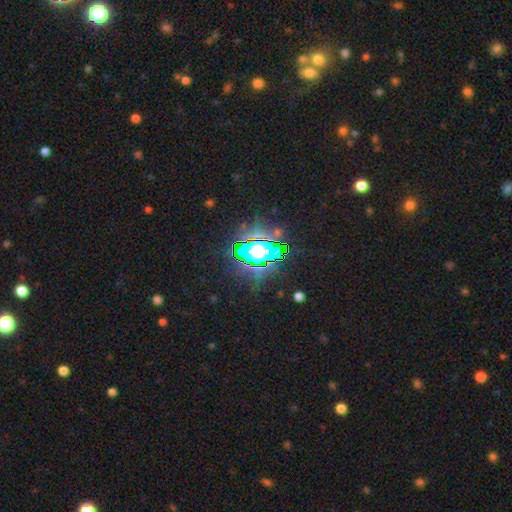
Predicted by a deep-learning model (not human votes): Overall: star or artifact (81%).